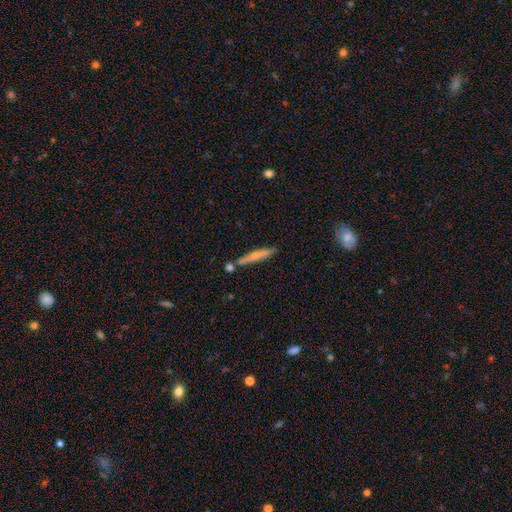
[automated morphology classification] Q: Smooth or featured?
A: smooth (49%); runner-up: featured or disk (44%)
Q: Merging?
A: none (77%); runner-up: minor disturbance (11%)